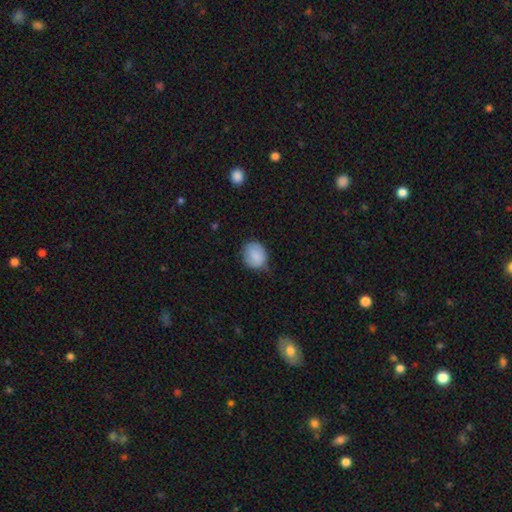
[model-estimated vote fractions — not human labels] Q: Smooth or featured?
A: smooth (84%); runner-up: featured or disk (9%)
Q: How rounded?
A: round (60%); runner-up: in between (39%)
Q: Merging?
A: none (62%); runner-up: minor disturbance (30%)